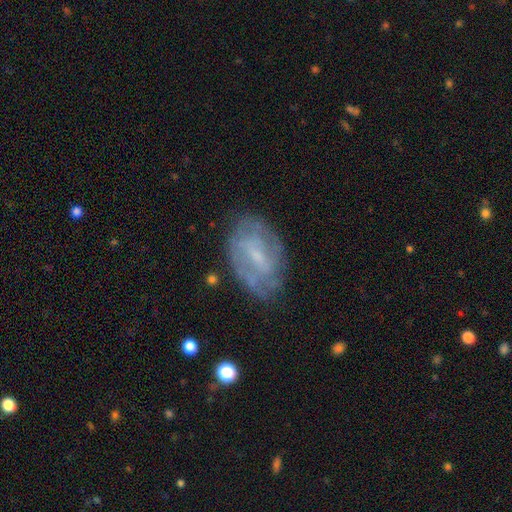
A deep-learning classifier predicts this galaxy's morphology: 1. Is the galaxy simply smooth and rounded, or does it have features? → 68% featured or disk, 24% smooth, 8% star or artifact.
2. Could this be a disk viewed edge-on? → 95% no, 5% yes.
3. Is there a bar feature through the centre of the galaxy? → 54% weak, 27% no, 19% strong.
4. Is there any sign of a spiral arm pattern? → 71% yes, 29% no.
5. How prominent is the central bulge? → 55% small, 26% moderate, 16% none, 2% large, 1% dominant.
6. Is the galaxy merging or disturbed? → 68% none, 22% minor disturbance, 9% major disturbance, 2% merger.